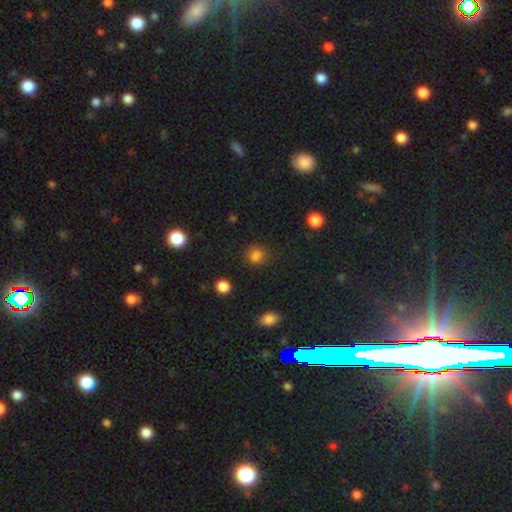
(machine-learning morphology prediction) A smooth galaxy with no disk features (79%) that is round (77%). Merging: none (79%).